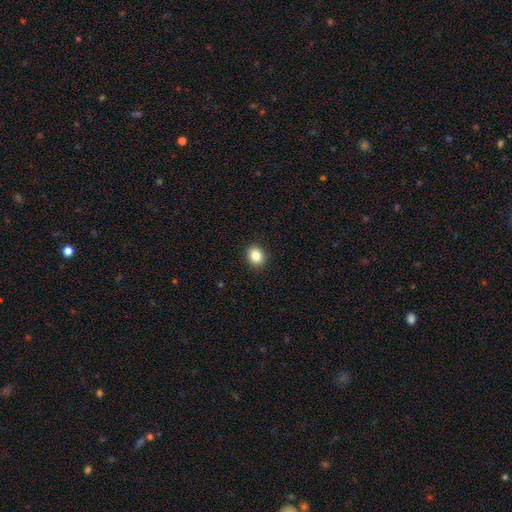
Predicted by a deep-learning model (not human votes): A smooth galaxy with no disk features (85%) that is round (62%). Merging: none (91%).